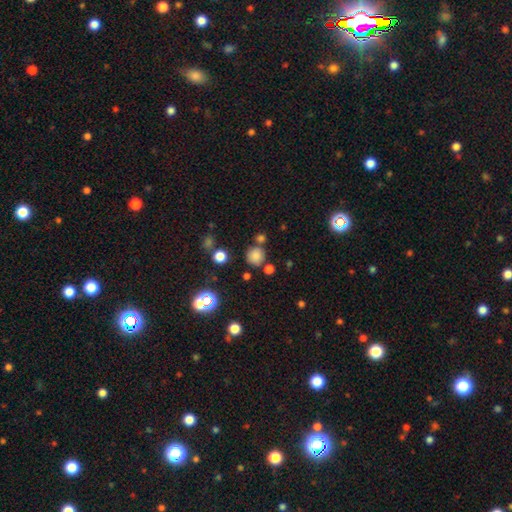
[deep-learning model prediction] Smooth or featured: smooth — 77% (star or artifact — 17%)
How rounded: round — 90% (in between — 9%)
Merging: none — 72% (merger — 14%)